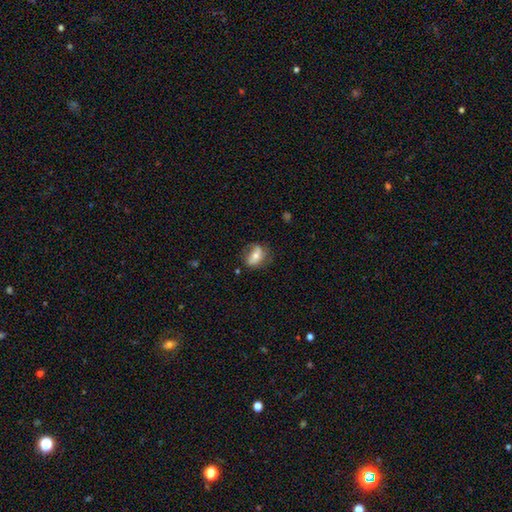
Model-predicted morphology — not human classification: Smooth or featured: smooth — 53% (featured or disk — 38%)
How rounded: in between — 71% (round — 24%)
Merging: none — 64% (minor disturbance — 24%)